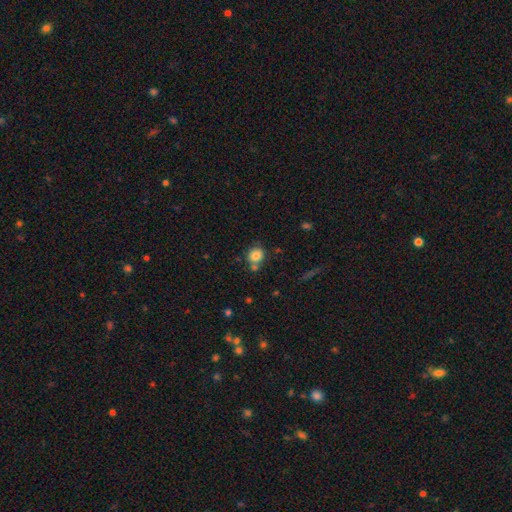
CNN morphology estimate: Q: Smooth or featured?
A: smooth (82%); runner-up: star or artifact (10%)
Q: How rounded?
A: round (78%); runner-up: in between (21%)
Q: Merging?
A: none (67%); runner-up: merger (17%)